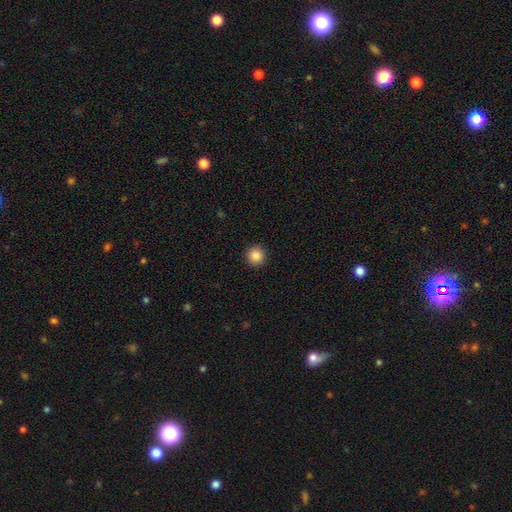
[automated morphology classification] A smooth galaxy with no disk features (87%) that is round (95%). Merging: none (92%).